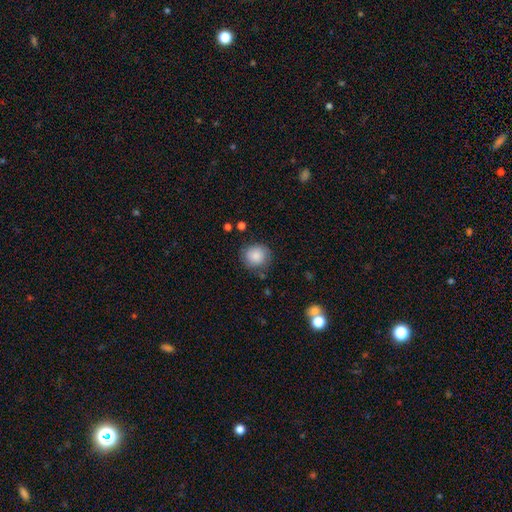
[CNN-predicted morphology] Smooth or featured?
  - smooth: 85% *
  - star or artifact: 8%
  - featured or disk: 8%
How rounded?
  - round: 86% *
  - in between: 13%
  - cigar-shaped: 1%
Merging?
  - none: 76% *
  - minor disturbance: 17%
  - major disturbance: 5%
  - merger: 2%